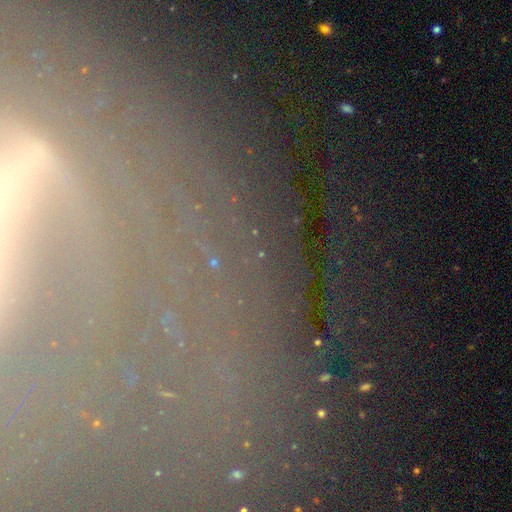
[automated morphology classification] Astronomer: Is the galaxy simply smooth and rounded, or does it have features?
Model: star or artifact — 51% (runner-up: featured or disk, 32%).